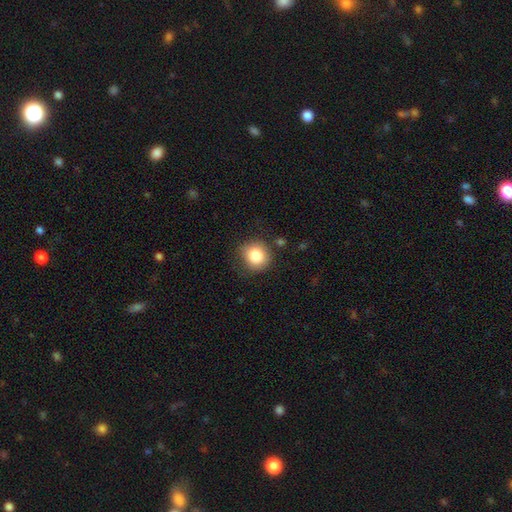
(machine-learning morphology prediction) Smooth or featured: smooth — 84% (star or artifact — 9%)
How rounded: round — 86% (in between — 13%)
Merging: none — 81% (minor disturbance — 13%)